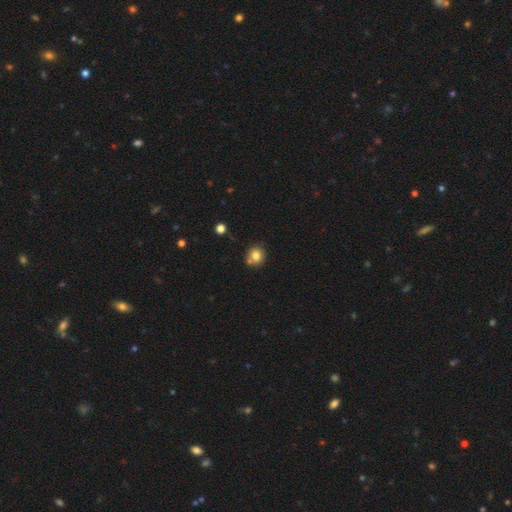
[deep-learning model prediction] This appears to be a smooth galaxy with no disk features (80%) that is round (87%). Merging: none (67%).